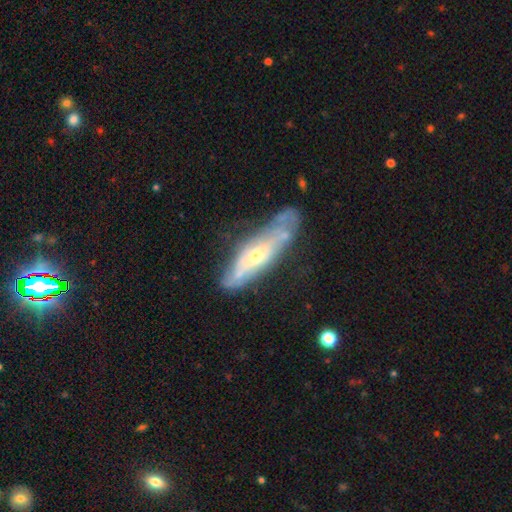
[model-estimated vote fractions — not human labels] Overall: featured or disk (69%). Edge-on disk: no (59%; yes 41%). Merging: none (56%; minor disturbance 27%).